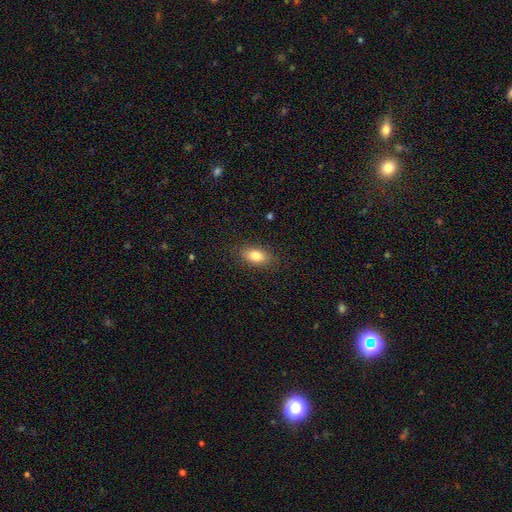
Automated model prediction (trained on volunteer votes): Overall: smooth (81%). How rounded: in between (87%). Merging: none (86%).